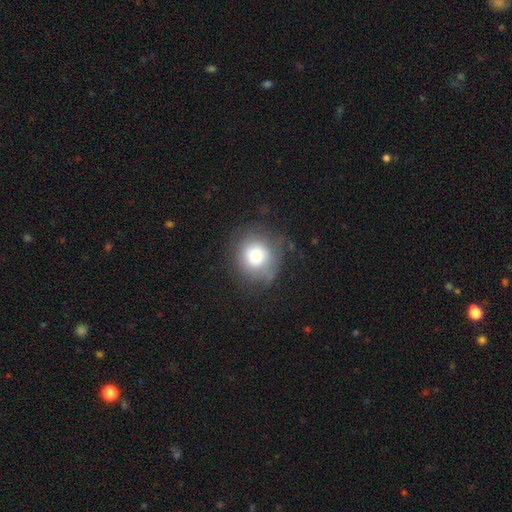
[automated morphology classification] Smooth or featured? Predicted: smooth (p=0.74). How rounded? Predicted: round (p=0.87). Merging? Predicted: none (p=0.68).